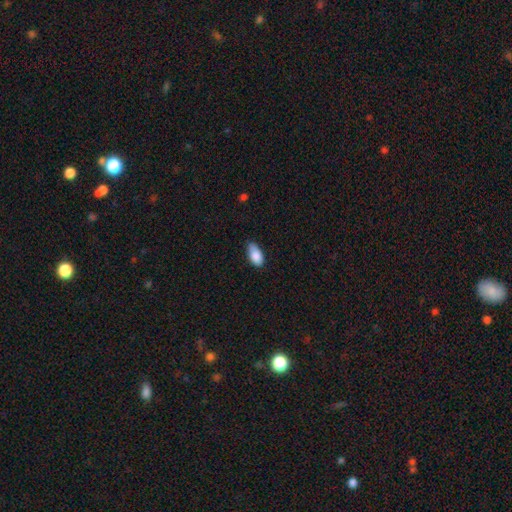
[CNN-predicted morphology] Smooth or featured? smooth (87%)
How rounded? in between (93%)
Merging? none (64%)